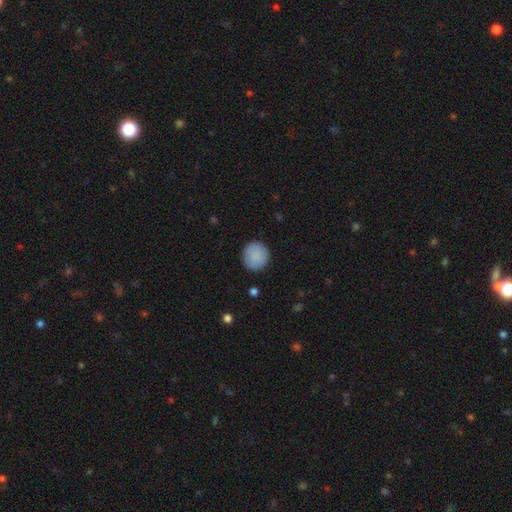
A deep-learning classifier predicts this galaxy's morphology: A smooth galaxy with no disk features (89%) that is round (92%).

Vote fractions:
- Smooth or featured? smooth: 89% / star or artifact: 7% / featured or disk: 4%
- How rounded? round: 92% / in between: 7% / cigar-shaped: 1%
- Merging? none: 90% / minor disturbance: 7% / major disturbance: 2% / merger: 1%